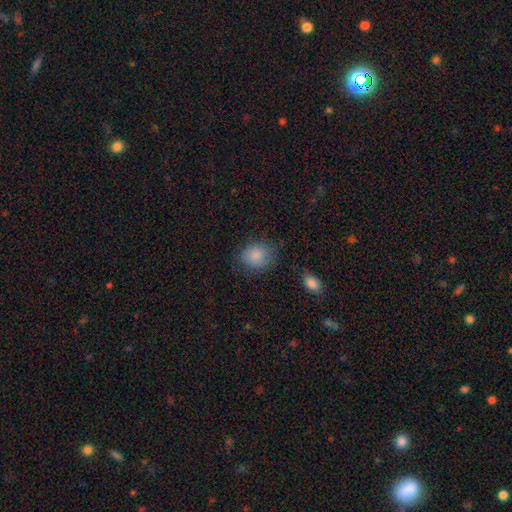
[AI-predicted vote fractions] A smooth galaxy with no disk features (86%) that is round (55%). Merging: none (76%).